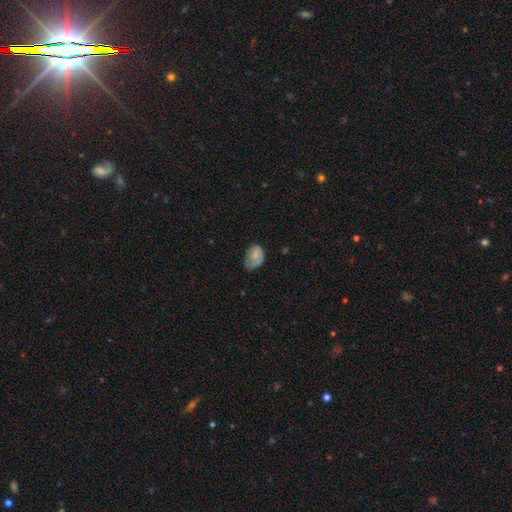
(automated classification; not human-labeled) Q: Smooth or featured?
A: smooth (75%); runner-up: featured or disk (17%)
Q: How rounded?
A: in between (80%); runner-up: round (19%)
Q: Merging?
A: minor disturbance (42%); runner-up: none (39%)